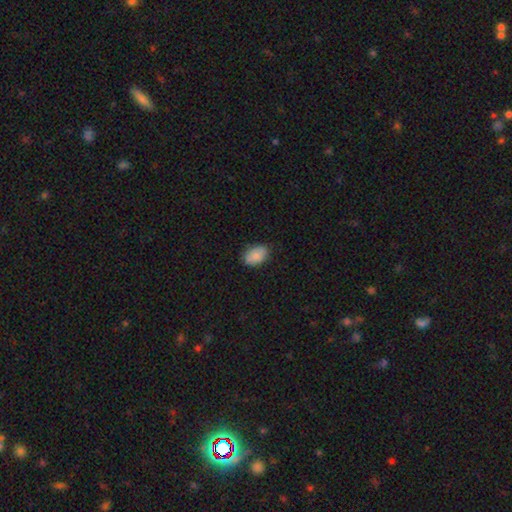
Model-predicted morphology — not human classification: A smooth galaxy with no disk features (87%) that is in between round and cigar-shaped (89%). Merging: none (83%).